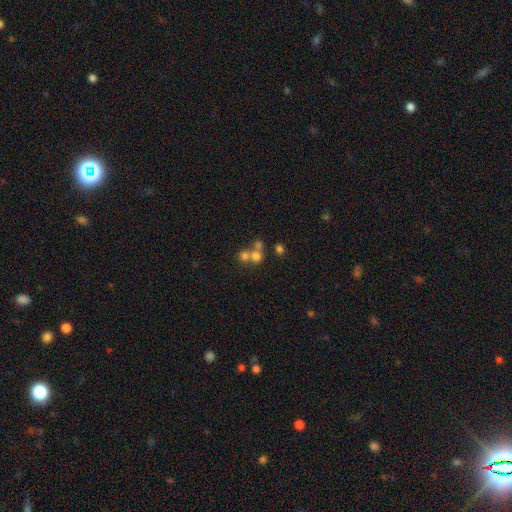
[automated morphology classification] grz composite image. It shows a smooth galaxy with no disk features (67%) that is round (86%). Merging: merger (50%).